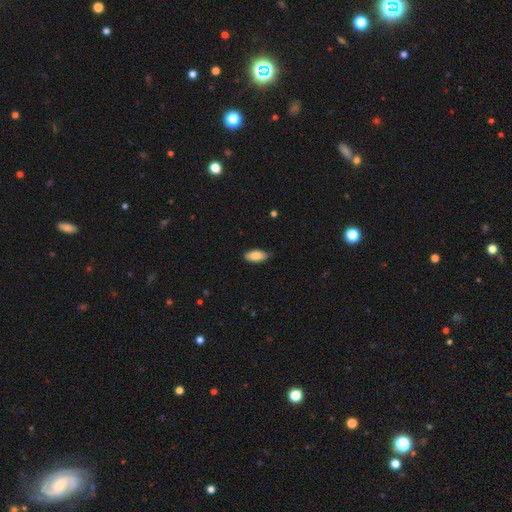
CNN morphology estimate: Smooth or featured? Predicted: smooth (p=0.84). How rounded? Predicted: in between (p=0.90). Merging? Predicted: none (p=0.81).